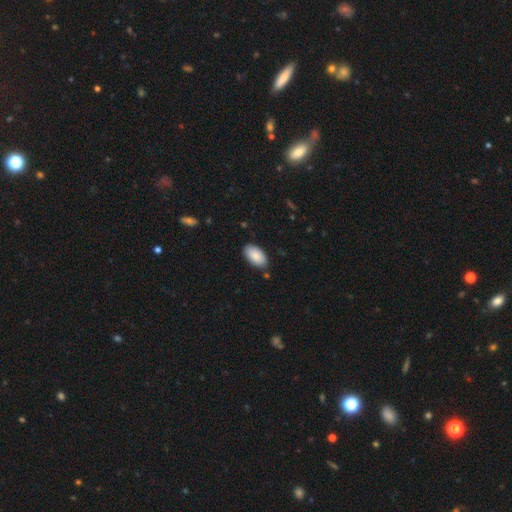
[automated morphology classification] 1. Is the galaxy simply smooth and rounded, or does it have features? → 86% smooth, 7% featured or disk, 6% star or artifact.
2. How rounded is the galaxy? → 96% in between, 2% round, 2% cigar-shaped.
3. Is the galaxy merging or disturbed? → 84% none, 12% minor disturbance, 2% major disturbance, 2% merger.